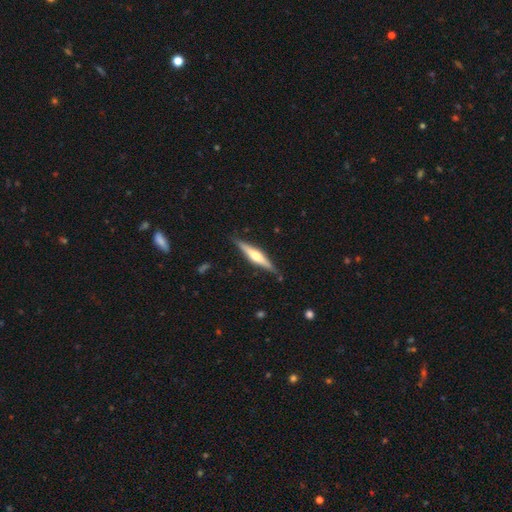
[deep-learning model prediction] Smooth or featured?
  - featured or disk: 65% *
  - smooth: 30%
  - star or artifact: 5%
Edge-on disk?
  - yes: 96% *
  - no: 4%
Edge-on bulge?
  - rounded: 88% *
  - boxy: 8%
  - none: 5%
Merging?
  - none: 86% *
  - minor disturbance: 11%
  - major disturbance: 2%
  - merger: 2%